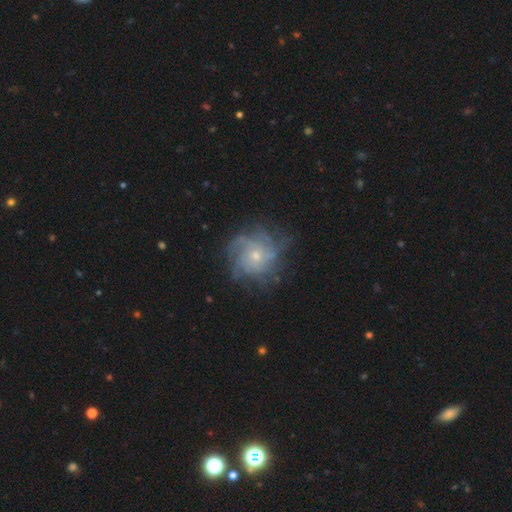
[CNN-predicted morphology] A featured or disk galaxy (79%) with no bar (81%), tight (48%) spiral arms (92%) and a small central bulge (60%).

Vote fractions:
- Smooth or featured? featured or disk: 79% / smooth: 11% / star or artifact: 9%
- Edge-on disk? no: 97% / yes: 3%
- Bar? no: 81% / weak: 17% / strong: 2%
- Spiral arms? yes: 92% / no: 8%
- Spiral winding? tight: 48% / medium: 36% / loose: 16%
- Spiral arm count? can't tell: 31% / more than 4: 25% / 4: 21% / 3: 9% / 2: 7% / 1: 6%
- Bulge size? small: 60% / moderate: 36% / large: 2% / none: 2% / dominant: 1%
- Merging? none: 71% / minor disturbance: 17% / major disturbance: 11% / merger: 1%